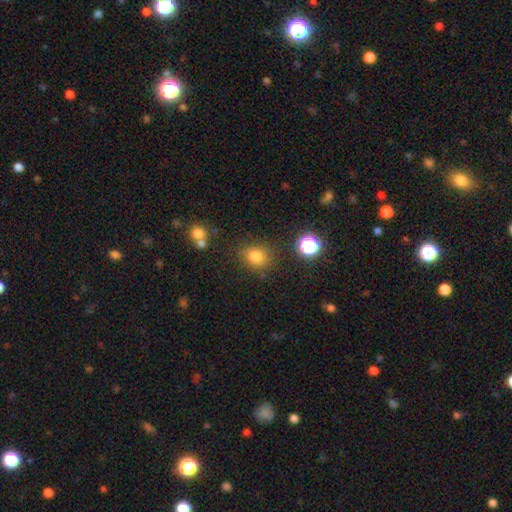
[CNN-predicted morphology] The model was most divided on "how rounded": round: 58%, in between: 41%, cigar-shaped: 1%. More confident: smooth or featured — smooth (80%); merging — none (77%).